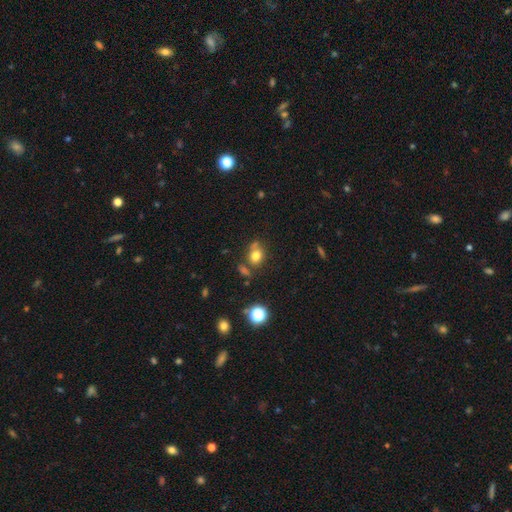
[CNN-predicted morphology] A smooth galaxy with no disk features (75%) that is round (58%).

Vote fractions:
- Smooth or featured? smooth: 75% / star or artifact: 14% / featured or disk: 10%
- How rounded? round: 58% / in between: 41% / cigar-shaped: 1%
- Merging? none: 58% / minor disturbance: 19% / merger: 17% / major disturbance: 6%